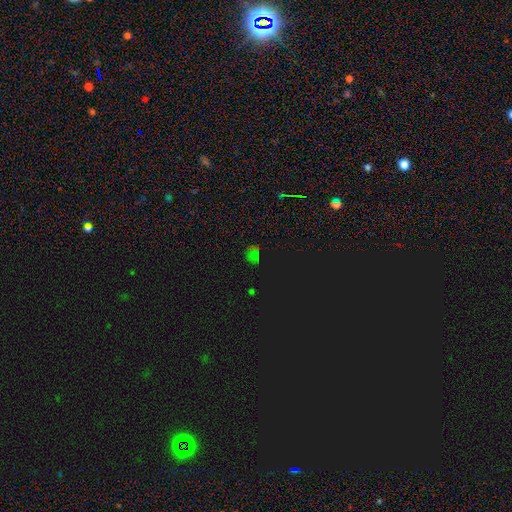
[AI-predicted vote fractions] A star or artifact, not a galaxy (64%).

Vote fractions:
- Smooth or featured? star or artifact: 64% / smooth: 28% / featured or disk: 8%